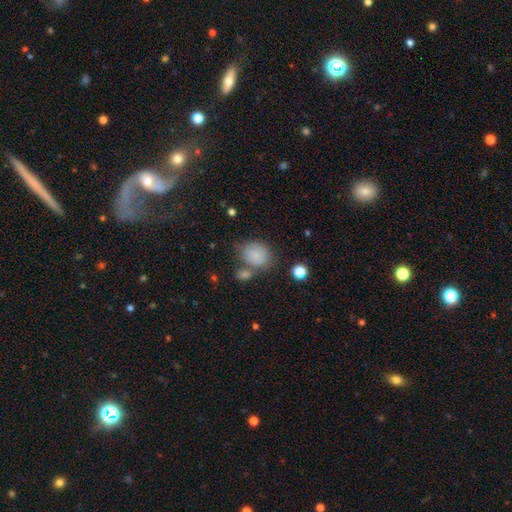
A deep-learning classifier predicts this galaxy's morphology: Smooth or featured?
  - smooth: 82% *
  - featured or disk: 9%
  - star or artifact: 9%
How rounded?
  - in between: 54% *
  - round: 45%
  - cigar-shaped: 1%
Merging?
  - none: 48% *
  - minor disturbance: 21%
  - merger: 21%
  - major disturbance: 10%